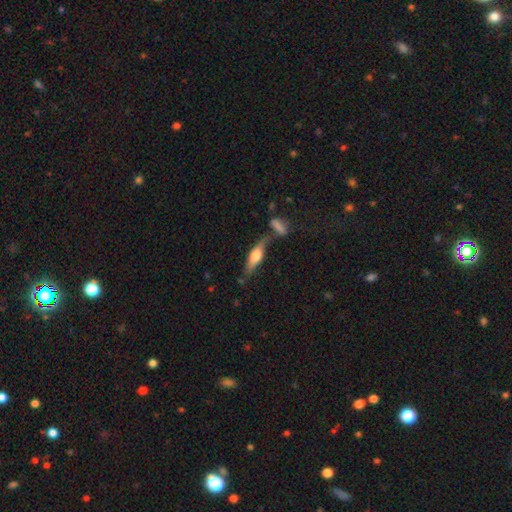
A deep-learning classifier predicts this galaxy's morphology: smooth_or_featured: smooth (p=0.49) [alt: featured or disk p=0.45]
merging: none (p=0.53) [alt: merger p=0.23]